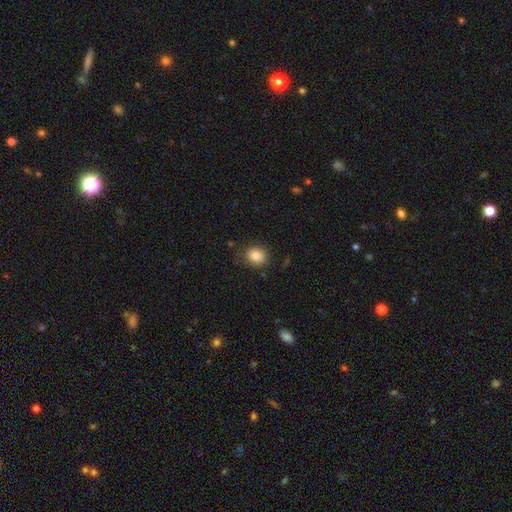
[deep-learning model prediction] Smooth or featured: smooth — 85% (star or artifact — 9%)
How rounded: round — 60% (in between — 39%)
Merging: none — 83% (minor disturbance — 13%)